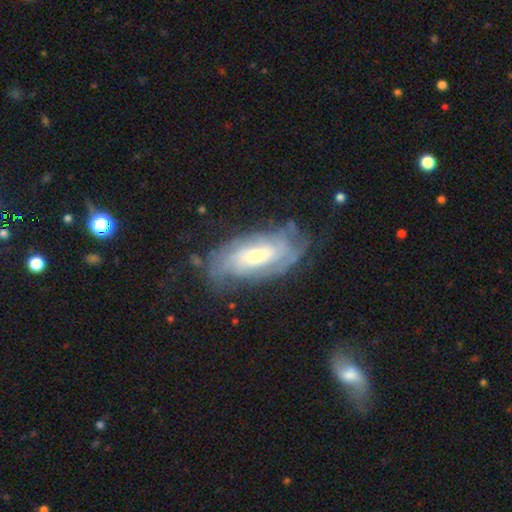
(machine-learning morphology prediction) The model was most divided on "bar": no: 44%, weak: 41%, strong: 15%. Remaining: edge-on disk — no (92%); spiral arms — yes (90%); smooth or featured — featured or disk (78%); merging — none (68%); spiral winding — tight (61%); bulge size — moderate (56%); spiral arm count — can't tell (49%).